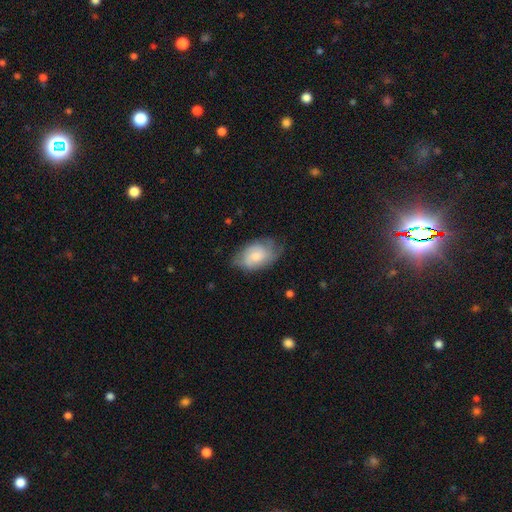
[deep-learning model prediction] smooth_or_featured: smooth (p=0.56) [alt: featured or disk p=0.37]
how_rounded: in between (p=0.89) [alt: round p=0.09]
merging: none (p=0.61) [alt: minor disturbance p=0.29]